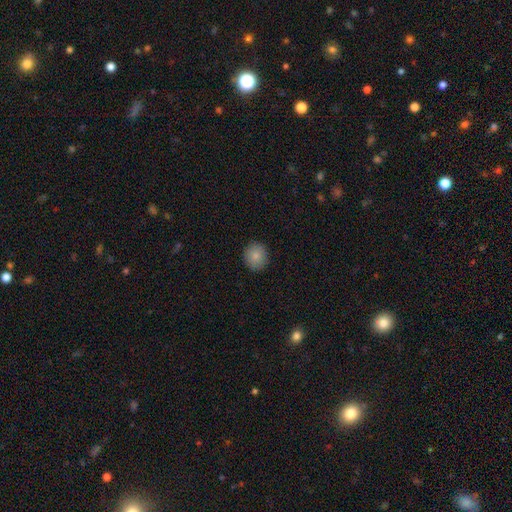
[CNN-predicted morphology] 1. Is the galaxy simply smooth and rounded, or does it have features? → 84% smooth, 9% star or artifact, 7% featured or disk.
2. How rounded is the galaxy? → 85% round, 15% in between, 1% cigar-shaped.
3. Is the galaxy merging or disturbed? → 90% none, 7% minor disturbance, 2% major disturbance, 1% merger.